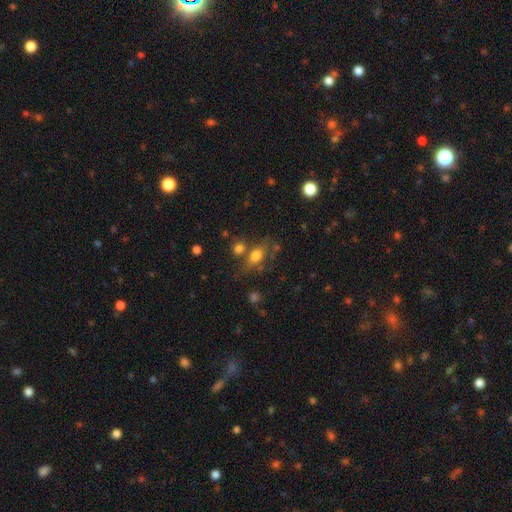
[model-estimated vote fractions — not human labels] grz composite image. It shows a smooth galaxy with no disk features (72%) that is in between round and cigar-shaped (73%). Merging: none (55%).